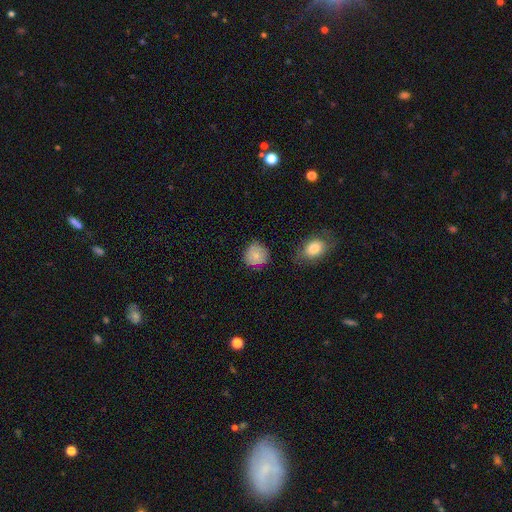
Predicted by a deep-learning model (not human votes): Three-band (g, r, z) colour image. It shows a smooth galaxy with no disk features (83%) that is round (89%). Merging: none (77%).